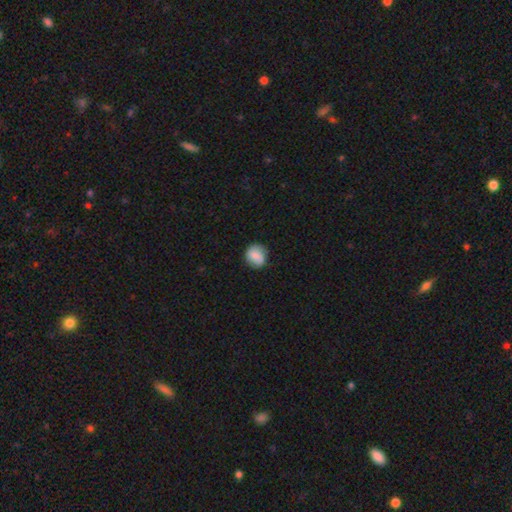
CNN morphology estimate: The model was most divided on "how rounded": round: 79%, in between: 20%, cigar-shaped: 1%. More confident: smooth or featured — smooth (83%); merging — none (79%).